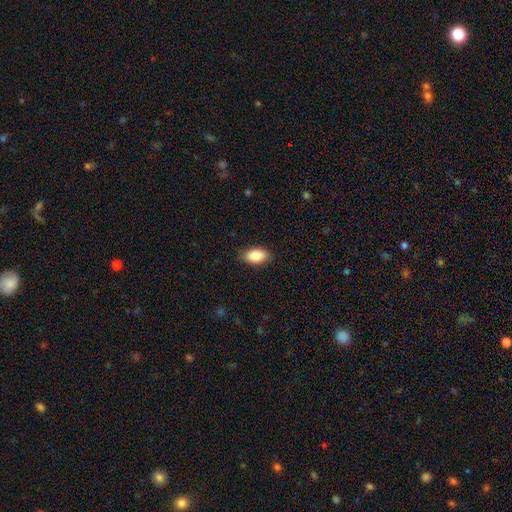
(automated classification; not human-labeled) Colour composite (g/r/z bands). It shows a smooth galaxy with no disk features (86%) that is in between round and cigar-shaped (92%). Merging: none (85%).